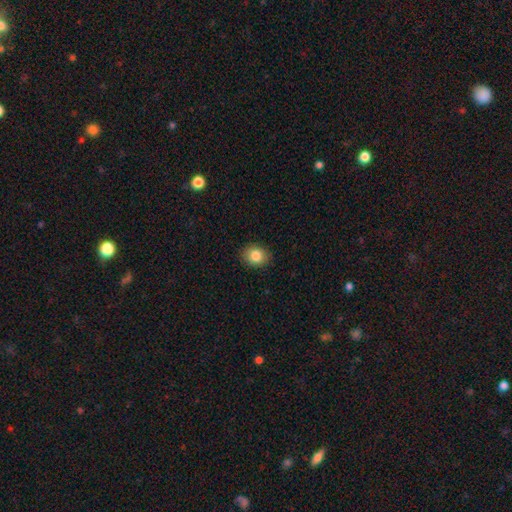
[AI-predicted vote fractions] Smooth or featured? Predicted: smooth (p=0.84). How rounded? Predicted: round (p=0.60). Merging? Predicted: none (p=0.89).